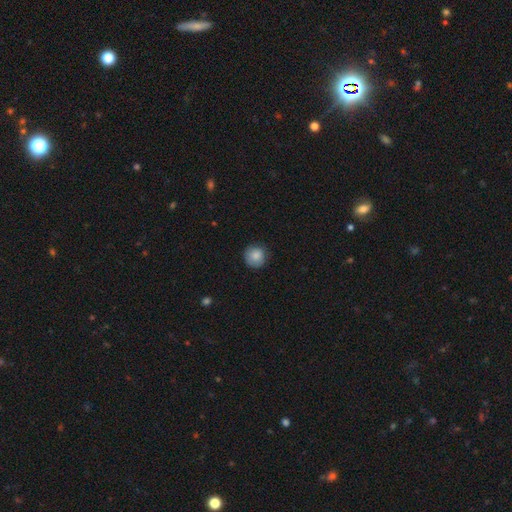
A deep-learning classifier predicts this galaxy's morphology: Smooth or featured? smooth (85%)
How rounded? round (93%)
Merging? none (84%)